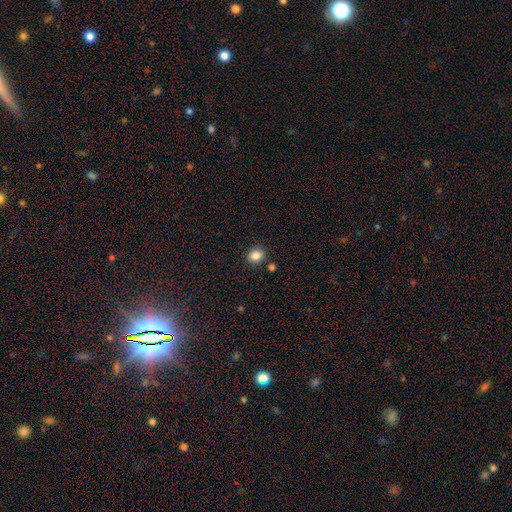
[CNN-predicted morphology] type=smooth (85%); roundness=round (65%); merging=none (85%).